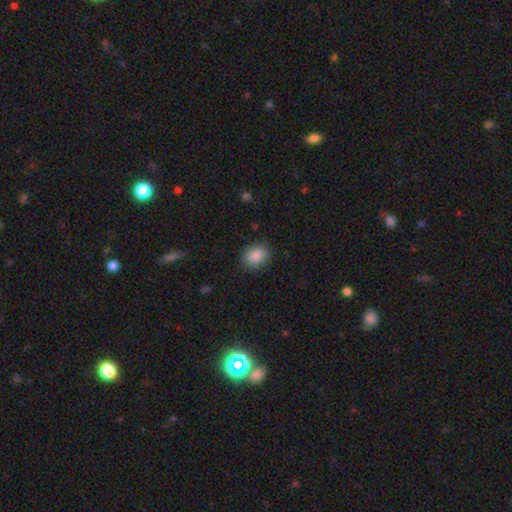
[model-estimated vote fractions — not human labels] Smooth or featured: smooth — 88% (star or artifact — 8%)
How rounded: in between — 60% (round — 39%)
Merging: none — 86% (minor disturbance — 10%)